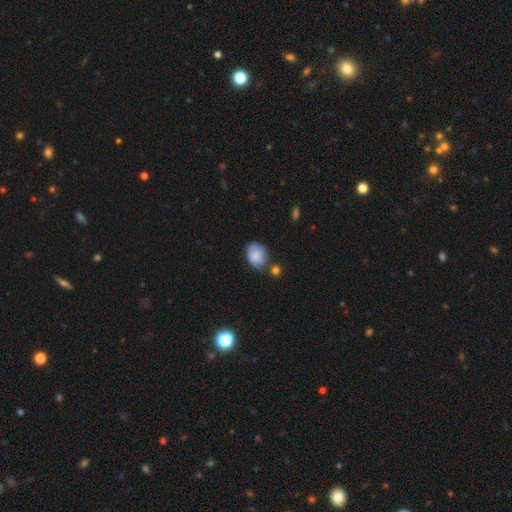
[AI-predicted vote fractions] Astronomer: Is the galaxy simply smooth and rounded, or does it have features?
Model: smooth — 82%.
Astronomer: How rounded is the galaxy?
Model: in between — 61% (runner-up: round, 38%).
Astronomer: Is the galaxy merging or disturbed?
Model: none — 62%.